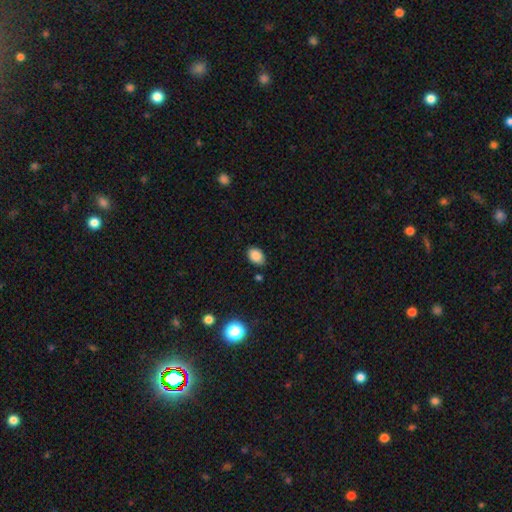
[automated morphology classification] type=smooth (86%); roundness=in between (82%); merging=none (81%).